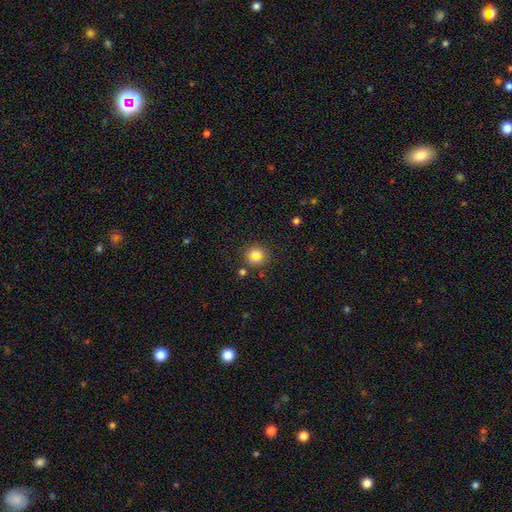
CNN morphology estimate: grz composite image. It shows a smooth galaxy with no disk features (72%) that is round (83%). Merging: none (80%).